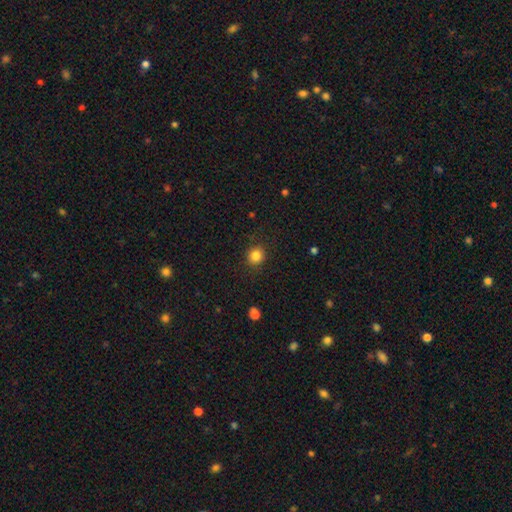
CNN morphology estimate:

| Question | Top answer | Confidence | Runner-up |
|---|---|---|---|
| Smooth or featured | smooth | 84% | star or artifact (11%) |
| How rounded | round | 86% | in between (13%) |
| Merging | none | 87% | minor disturbance (8%) |